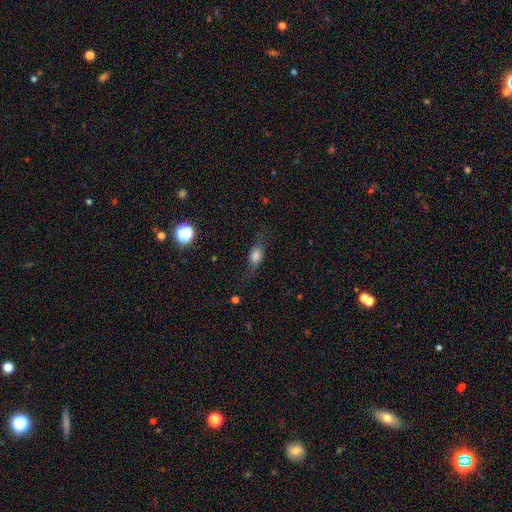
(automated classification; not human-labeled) Smooth or featured? smooth (62%)
How rounded? in between (64%)
Merging? none (68%)